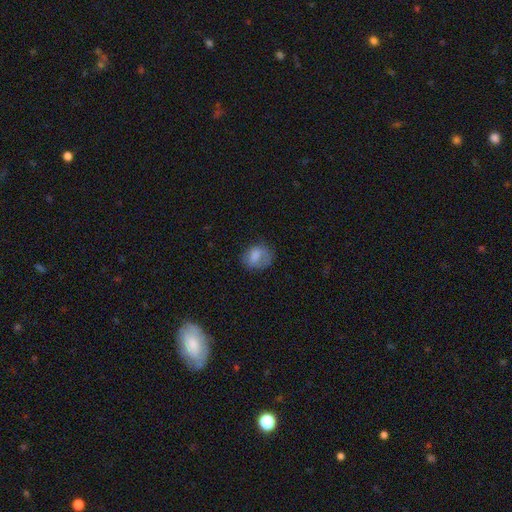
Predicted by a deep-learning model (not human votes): smooth-or-featured: smooth: 73% | featured or disk: 18% | star or artifact: 9%
  how-rounded: in between: 54% | round: 45% | cigar-shaped: 1%
  merging: none: 55% | minor disturbance: 27% | major disturbance: 16% | merger: 2%